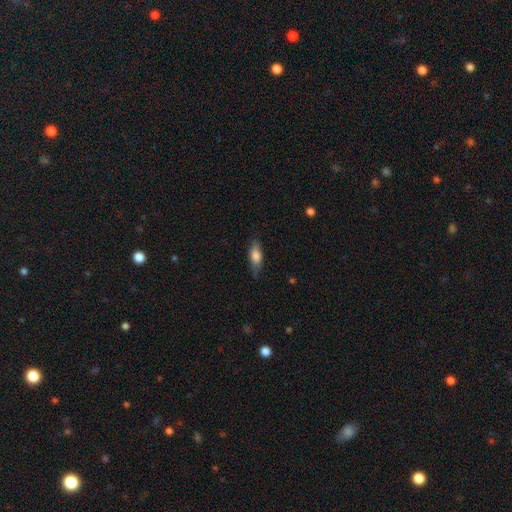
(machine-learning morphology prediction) Q: Smooth or featured?
A: smooth (71%); runner-up: featured or disk (23%)
Q: How rounded?
A: in between (66%); runner-up: cigar-shaped (31%)
Q: Merging?
A: none (74%); runner-up: minor disturbance (20%)